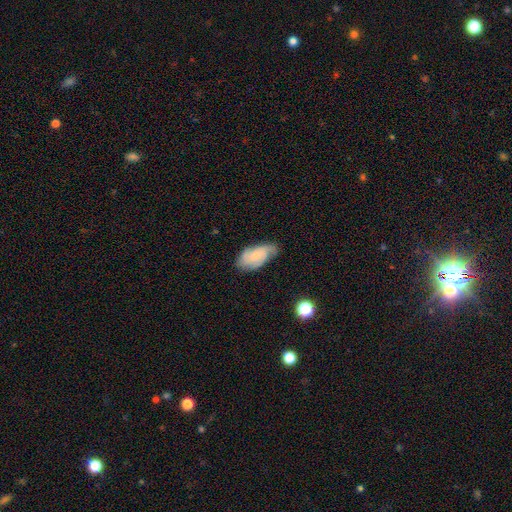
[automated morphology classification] This appears to be a featured or disk galaxy (48%). Merging: none (59%).